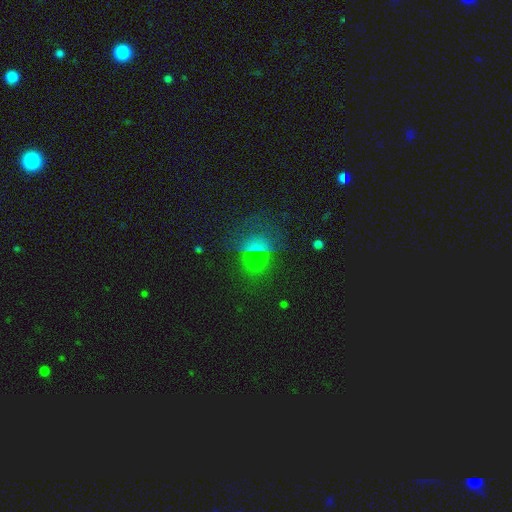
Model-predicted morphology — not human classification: type=smooth (55%); roundness=round (73%); merging=none (73%).